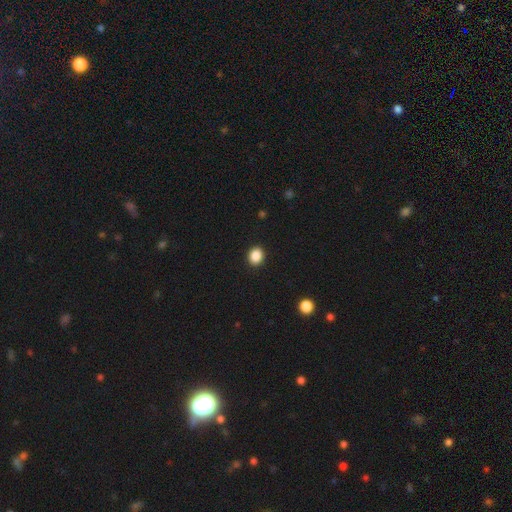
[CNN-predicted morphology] Q: Smooth or featured?
A: smooth (88%); runner-up: star or artifact (10%)
Q: How rounded?
A: round (67%); runner-up: in between (32%)
Q: Merging?
A: none (92%); runner-up: minor disturbance (5%)